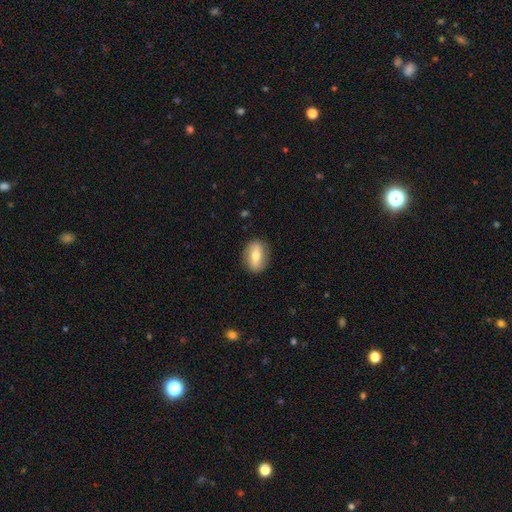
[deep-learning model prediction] Overall: smooth (60%; featured or disk 33%). How rounded: in between (73%). Merging: none (86%).